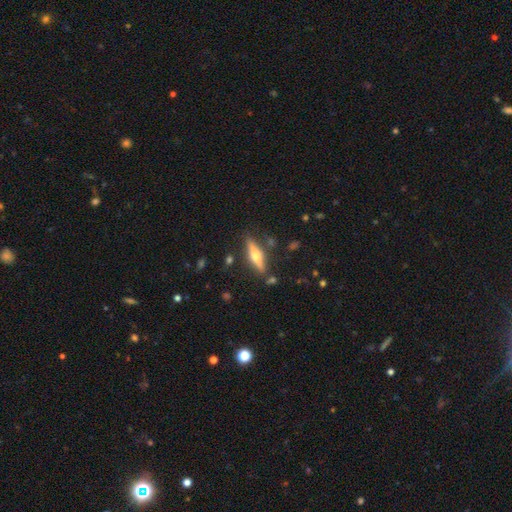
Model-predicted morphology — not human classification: Q: Smooth or featured?
A: featured or disk (63%); runner-up: smooth (31%)
Q: Edge-on disk?
A: yes (95%); runner-up: no (5%)
Q: Edge-on bulge?
A: rounded (94%); runner-up: boxy (4%)
Q: Merging?
A: none (83%); runner-up: minor disturbance (11%)